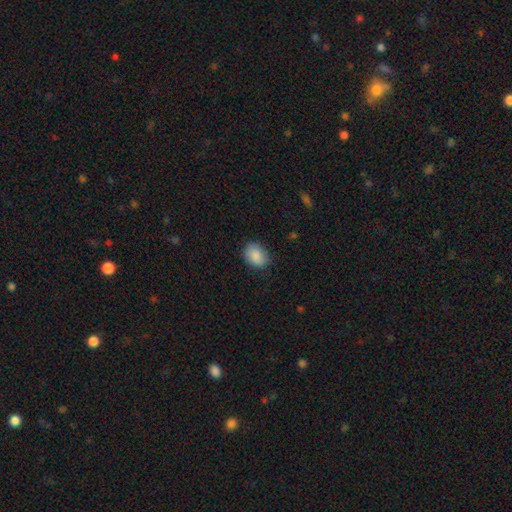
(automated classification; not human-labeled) smooth 88%, star or artifact 7%, featured or disk 4%. Down the decision tree: how rounded — in between (64%); merging — none (80%).